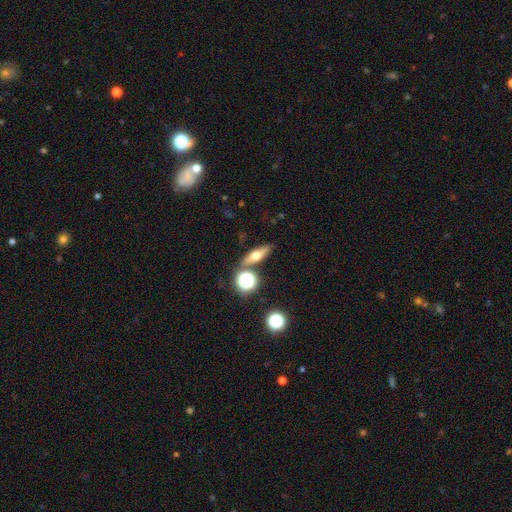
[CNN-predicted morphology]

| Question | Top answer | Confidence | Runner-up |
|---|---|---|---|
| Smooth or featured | smooth | 44% | featured or disk (43%) |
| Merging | none | 80% | minor disturbance (9%) |